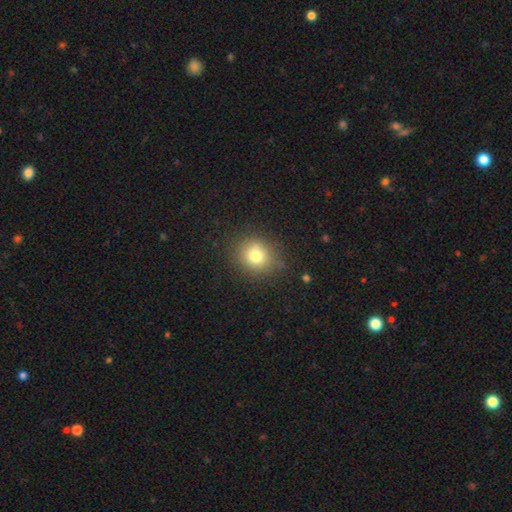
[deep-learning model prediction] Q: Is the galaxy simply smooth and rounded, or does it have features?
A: smooth — 77%.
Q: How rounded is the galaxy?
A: round — 79%.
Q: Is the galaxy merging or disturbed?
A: none — 83%.